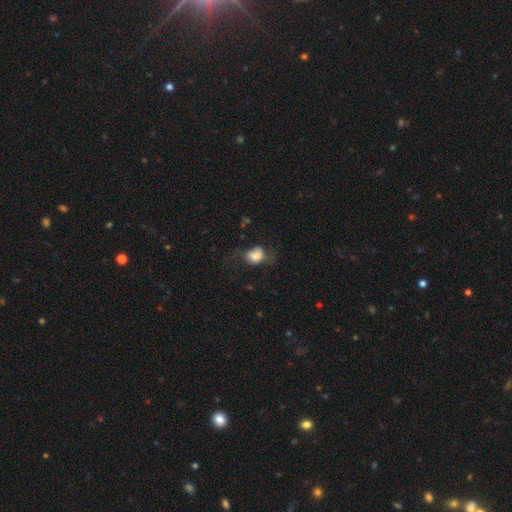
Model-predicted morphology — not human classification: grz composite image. It shows a smooth galaxy with no disk features (72%) that is in between round and cigar-shaped (57%). Merging: none (39%).